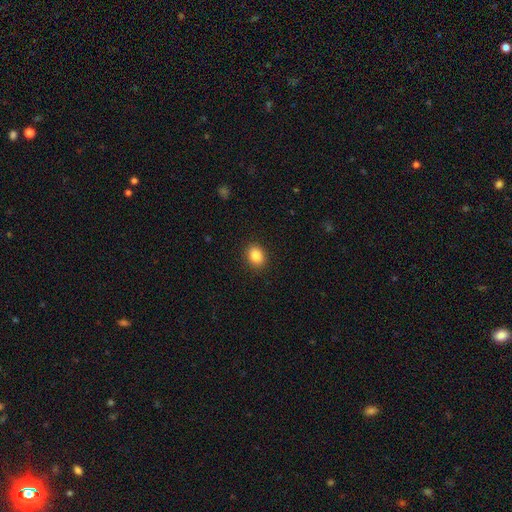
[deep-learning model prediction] smooth-or-featured: smooth: 86% | star or artifact: 9% | featured or disk: 5%
  how-rounded: in between: 55% | round: 44% | cigar-shaped: 1%
  merging: none: 90% | minor disturbance: 7% | major disturbance: 2% | merger: 1%